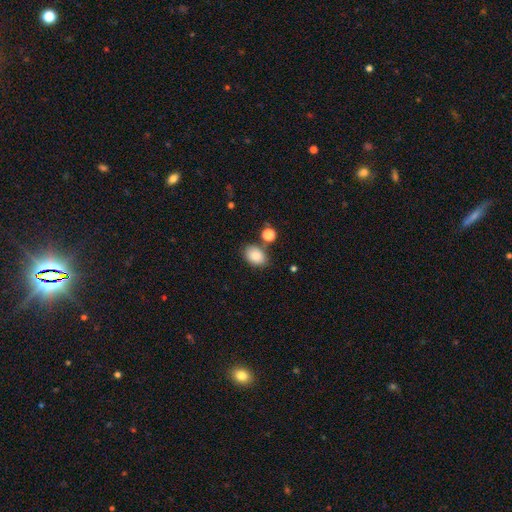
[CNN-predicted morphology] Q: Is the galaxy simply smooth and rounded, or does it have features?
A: smooth — 85%.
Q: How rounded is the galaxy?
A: in between — 78%.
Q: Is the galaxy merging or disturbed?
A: none — 72%.